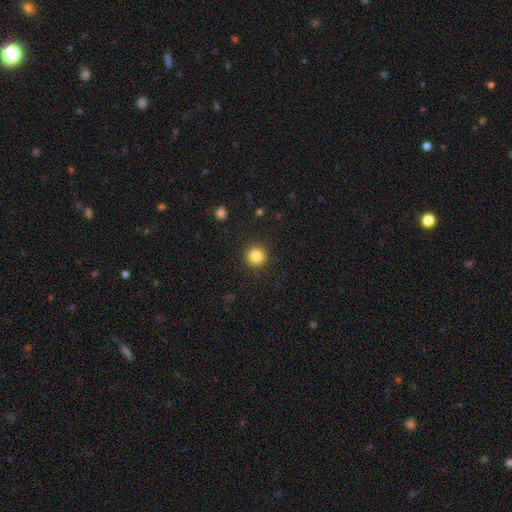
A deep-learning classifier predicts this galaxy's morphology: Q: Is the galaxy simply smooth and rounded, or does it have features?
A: smooth — 84%.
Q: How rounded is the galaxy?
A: round — 94%.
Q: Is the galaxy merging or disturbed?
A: none — 91%.